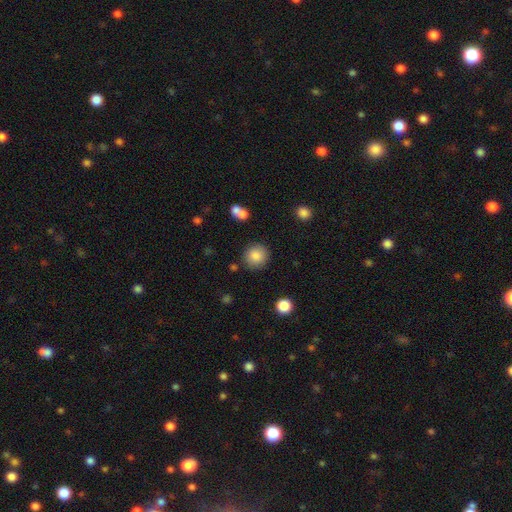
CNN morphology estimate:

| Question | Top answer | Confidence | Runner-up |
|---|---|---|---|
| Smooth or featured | smooth | 85% | star or artifact (9%) |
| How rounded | round | 90% | in between (9%) |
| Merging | none | 86% | minor disturbance (8%) |